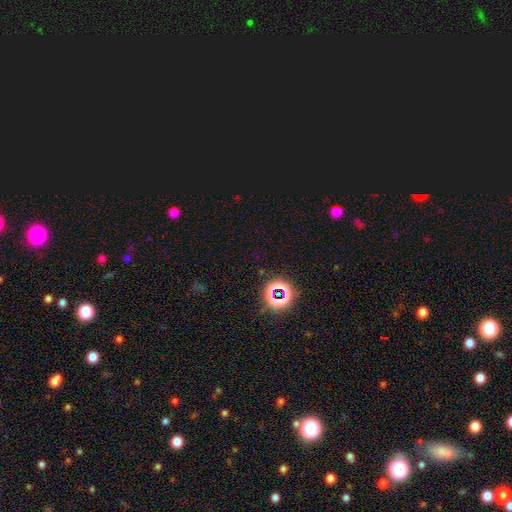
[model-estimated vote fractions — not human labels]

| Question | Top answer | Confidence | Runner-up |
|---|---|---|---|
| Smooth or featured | star or artifact | 71% | smooth (22%) |